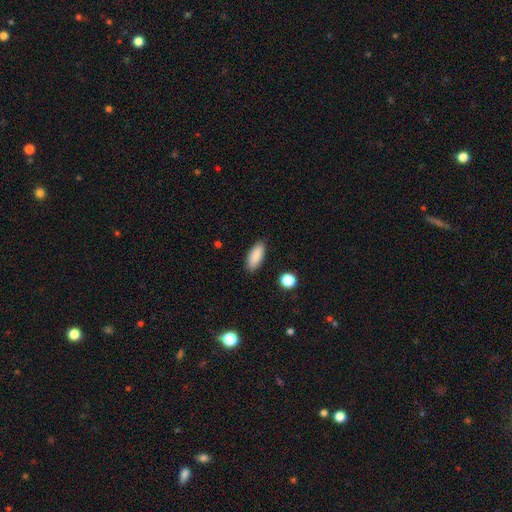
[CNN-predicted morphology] Overall: smooth (88%). How rounded: in between (78%). Merging: none (88%).